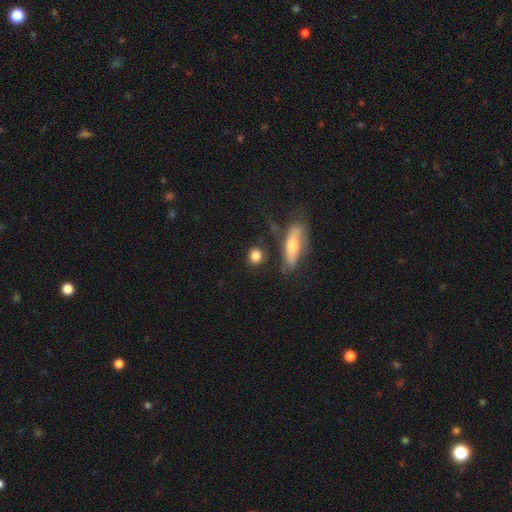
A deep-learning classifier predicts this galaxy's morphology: Smooth or featured: smooth — 82% (star or artifact — 9%)
How rounded: round — 76% (in between — 18%)
Merging: none — 76% (minor disturbance — 12%)